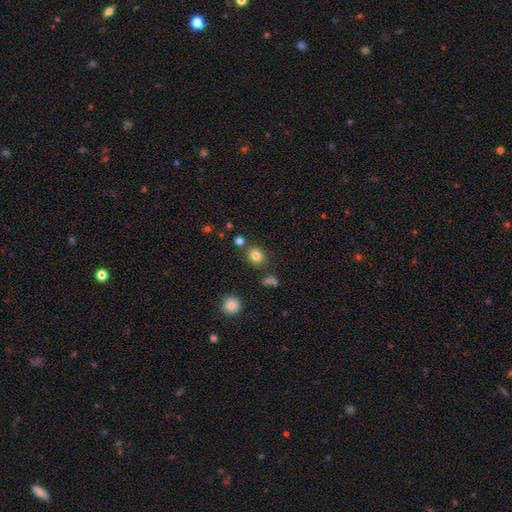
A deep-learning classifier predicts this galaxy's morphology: Smooth or featured?
  - smooth: 81% *
  - star or artifact: 13%
  - featured or disk: 6%
How rounded?
  - round: 73% *
  - in between: 26%
  - cigar-shaped: 1%
Merging?
  - none: 79% *
  - minor disturbance: 10%
  - merger: 8%
  - major disturbance: 3%